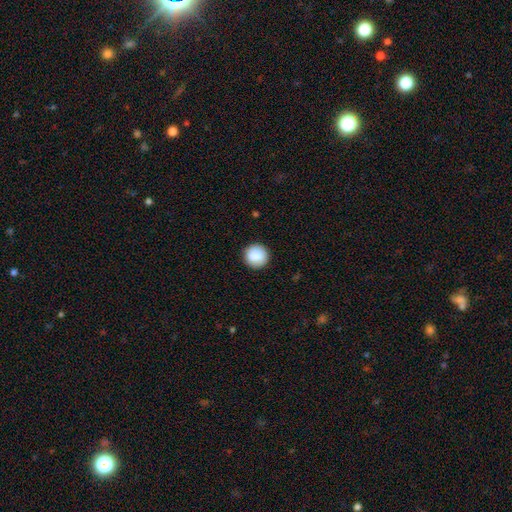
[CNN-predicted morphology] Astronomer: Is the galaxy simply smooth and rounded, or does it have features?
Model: smooth — 89%.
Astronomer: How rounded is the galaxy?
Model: round — 95%.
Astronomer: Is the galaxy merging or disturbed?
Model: none — 91%.